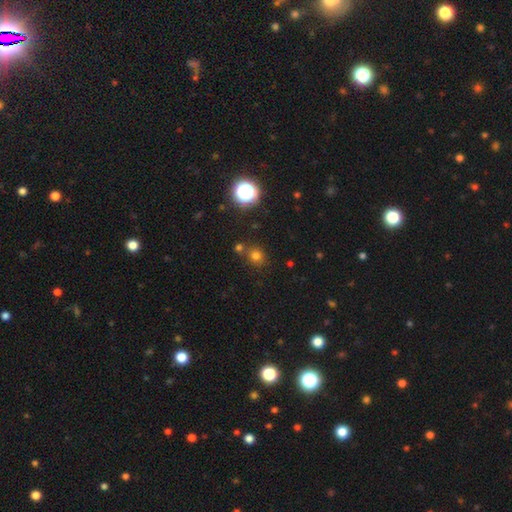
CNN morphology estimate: Overall: smooth (70%). How rounded: round (82%). Merging: none (72%).